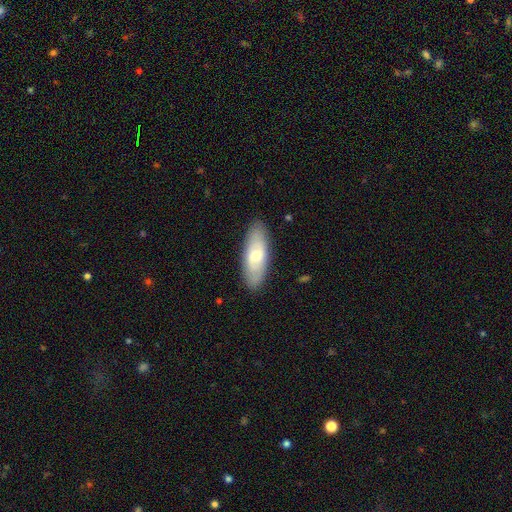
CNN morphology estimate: Smooth or featured?
  - smooth: 56% *
  - featured or disk: 38%
  - star or artifact: 6%
How rounded?
  - in between: 74% *
  - cigar-shaped: 23%
  - round: 2%
Merging?
  - none: 87% *
  - minor disturbance: 10%
  - major disturbance: 2%
  - merger: 1%